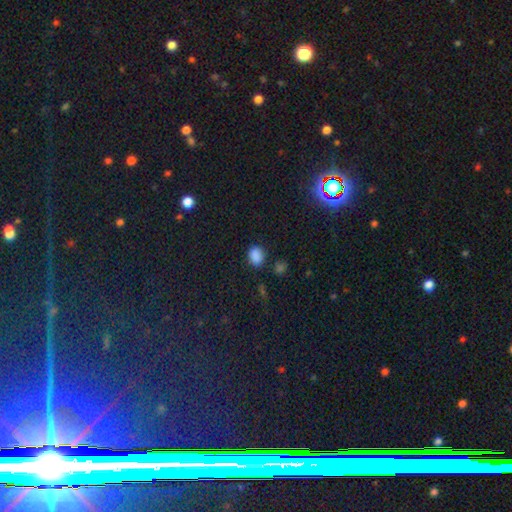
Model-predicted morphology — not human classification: Smooth or featured: smooth — 82% (star or artifact — 14%)
How rounded: in between — 58% (round — 40%)
Merging: none — 77% (minor disturbance — 15%)